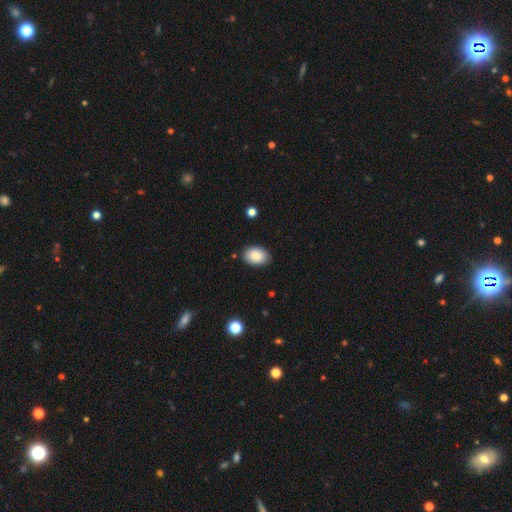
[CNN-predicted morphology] Smooth or featured: smooth — 84% (featured or disk — 9%)
How rounded: in between — 83% (round — 16%)
Merging: none — 87% (minor disturbance — 10%)